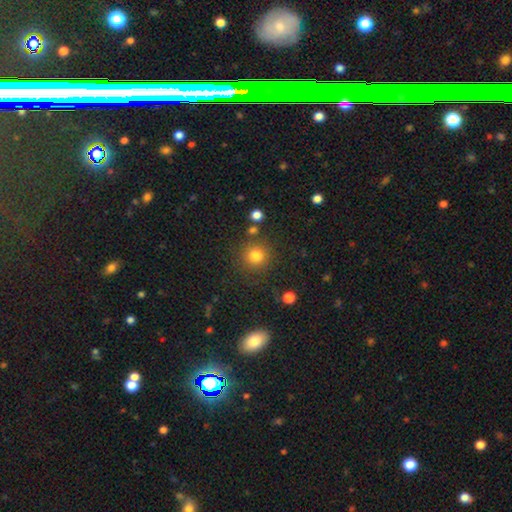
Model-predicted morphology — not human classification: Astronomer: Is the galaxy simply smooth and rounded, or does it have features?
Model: smooth — 81%.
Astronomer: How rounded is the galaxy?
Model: round — 93%.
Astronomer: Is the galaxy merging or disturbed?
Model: none — 83%.